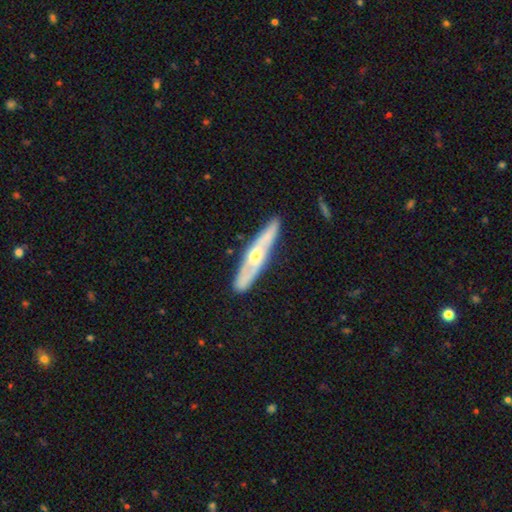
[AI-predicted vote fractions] Smooth or featured?
  - featured or disk: 66% *
  - smooth: 29%
  - star or artifact: 5%
Edge-on disk?
  - yes: 60% *
  - no: 40%
Merging?
  - none: 84% *
  - minor disturbance: 12%
  - major disturbance: 3%
  - merger: 2%